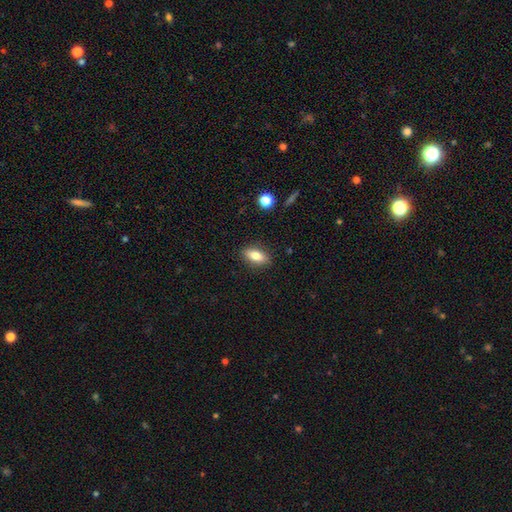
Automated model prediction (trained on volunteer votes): A smooth galaxy with no disk features (77%) that is in between round and cigar-shaped (81%). Merging: none (87%).